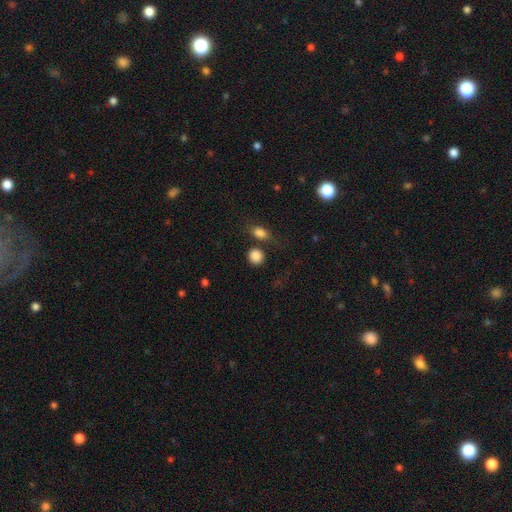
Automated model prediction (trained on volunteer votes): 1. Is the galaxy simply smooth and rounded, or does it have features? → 85% smooth, 10% star or artifact, 5% featured or disk.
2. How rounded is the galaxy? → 80% round, 19% in between, 1% cigar-shaped.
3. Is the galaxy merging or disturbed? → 68% none, 15% merger, 11% minor disturbance, 5% major disturbance.